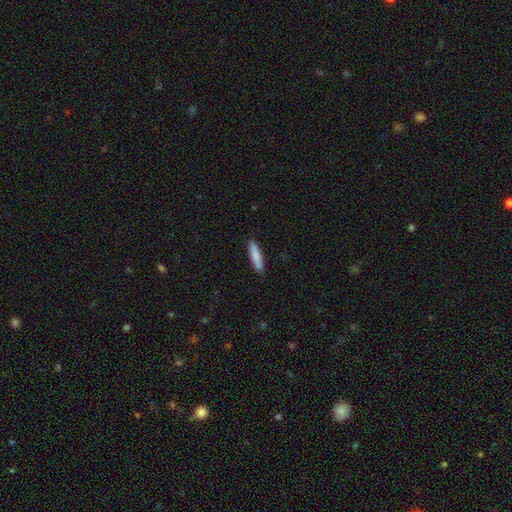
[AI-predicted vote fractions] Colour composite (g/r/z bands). It shows a smooth galaxy with no disk features (83%) that is cigar-shaped (85%). Merging: none (90%).